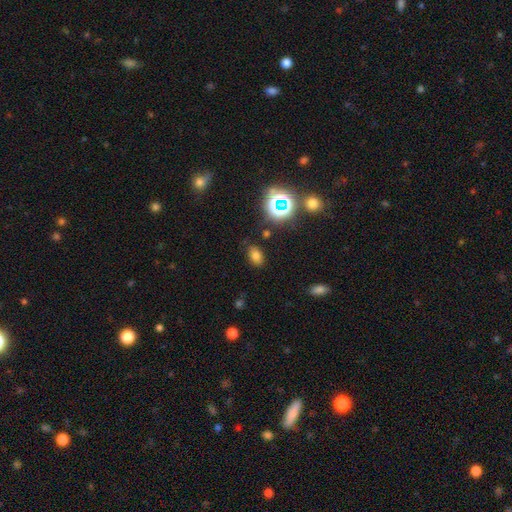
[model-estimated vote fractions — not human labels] smooth-or-featured: smooth: 69% | star or artifact: 22% | featured or disk: 9%
  how-rounded: in between: 83% | round: 15% | cigar-shaped: 2%
  merging: none: 82% | minor disturbance: 12% | major disturbance: 4% | merger: 2%